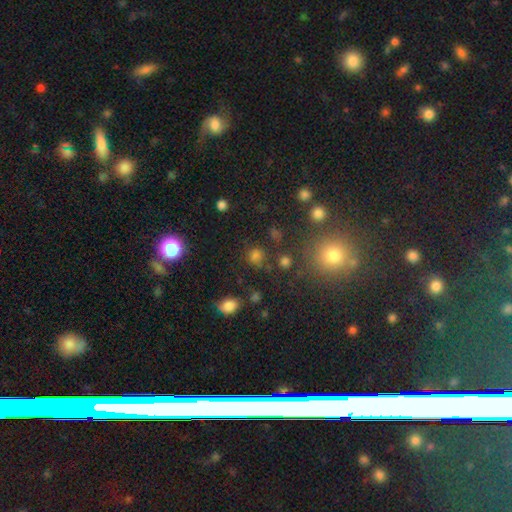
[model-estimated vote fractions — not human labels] A smooth galaxy with no disk features (69%) that is round (82%). Merging: none (74%).